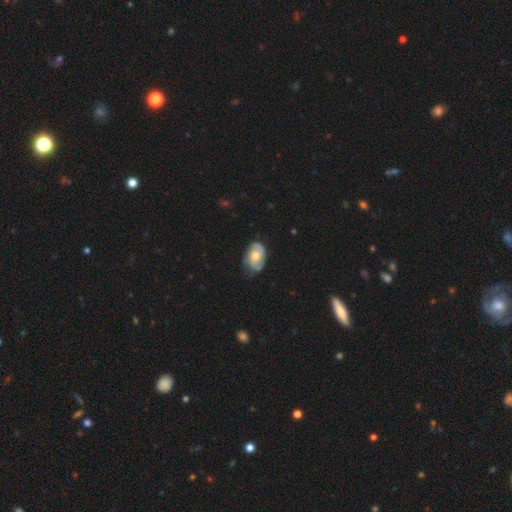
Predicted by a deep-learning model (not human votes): Q: Smooth or featured?
A: featured or disk (57%); runner-up: smooth (37%)
Q: Edge-on disk?
A: no (96%); runner-up: yes (4%)
Q: Bar?
A: no (68%); runner-up: weak (27%)
Q: Spiral arms?
A: yes (86%); runner-up: no (14%)
Q: Bulge size?
A: moderate (65%); runner-up: small (19%)
Q: Merging?
A: none (68%); runner-up: minor disturbance (24%)